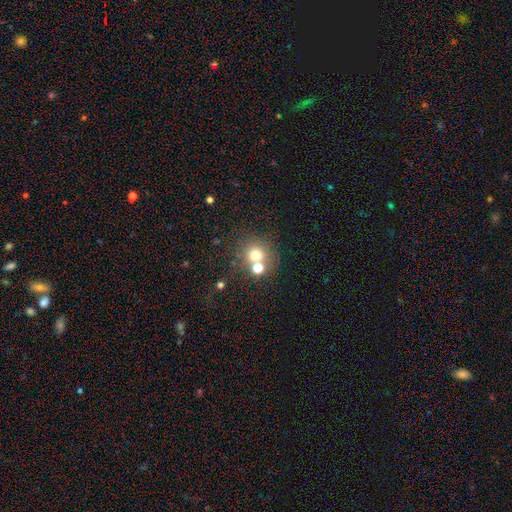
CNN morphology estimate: The model was most divided on "merging": none: 57%, merger: 31%, minor disturbance: 8%, major disturbance: 4%. More confident: how rounded — round (88%); smooth or featured — smooth (68%).